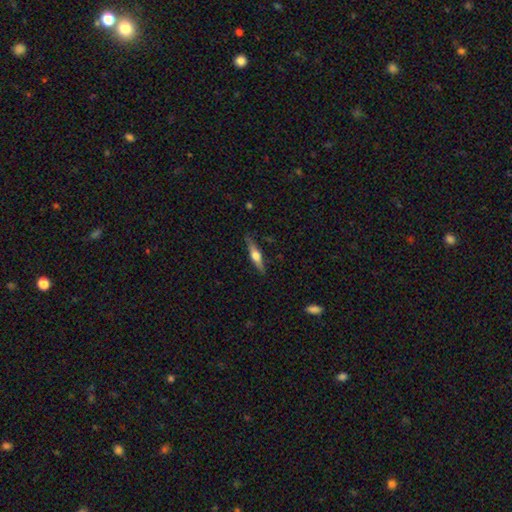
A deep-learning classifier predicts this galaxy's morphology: smooth-or-featured: featured or disk: 57% | smooth: 37% | star or artifact: 6%
  disk-edge-on: yes: 95% | no: 5%
    edge-on-bulge: rounded: 92% | boxy: 5% | none: 3%
  merging: none: 86% | minor disturbance: 11% | major disturbance: 2% | merger: 1%